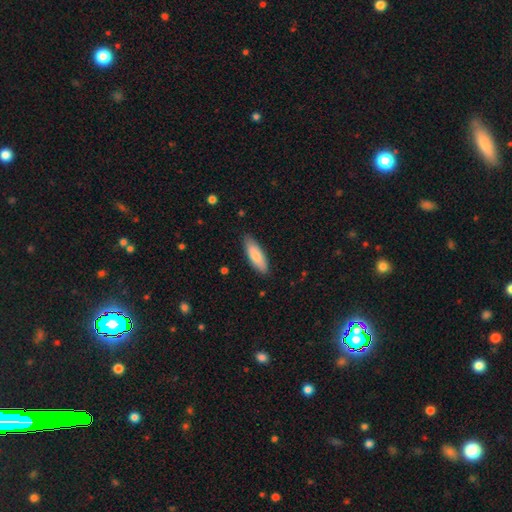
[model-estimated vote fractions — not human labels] Smooth or featured? smooth (83%)
How rounded? in between (54%)
Merging? none (86%)